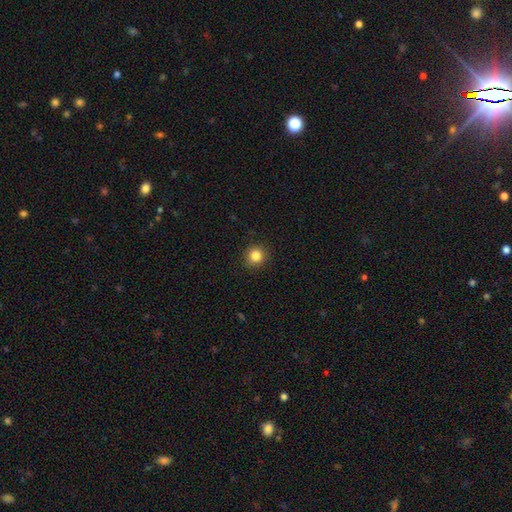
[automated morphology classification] smooth_or_featured: smooth (p=0.84) [alt: star or artifact p=0.11]
how_rounded: round (p=0.92) [alt: in between p=0.07]
merging: none (p=0.91) [alt: minor disturbance p=0.06]